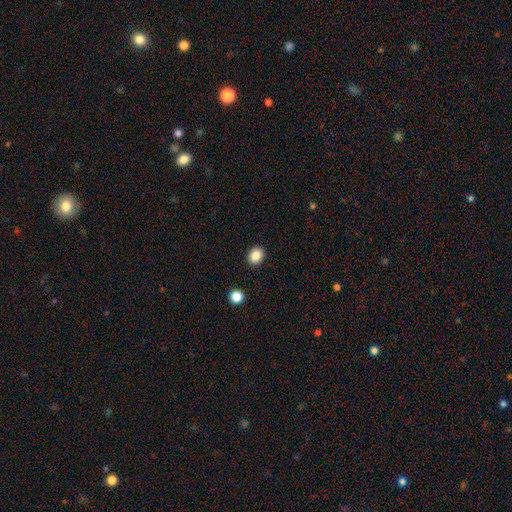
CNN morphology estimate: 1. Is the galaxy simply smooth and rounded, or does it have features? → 87% smooth, 10% star or artifact, 3% featured or disk.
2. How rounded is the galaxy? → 53% round, 46% in between, 1% cigar-shaped.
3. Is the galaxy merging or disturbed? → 90% none, 6% minor disturbance, 2% major disturbance, 1% merger.